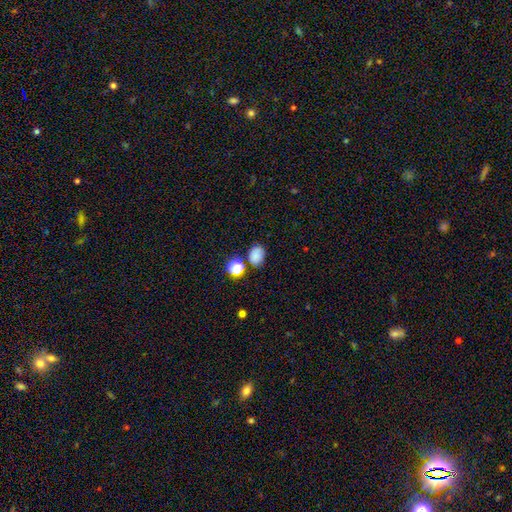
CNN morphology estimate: smooth_or_featured: smooth (p=0.78) [alt: star or artifact p=0.16]
how_rounded: in between (p=0.60) [alt: round p=0.39]
merging: none (p=0.75) [alt: minor disturbance p=0.14]